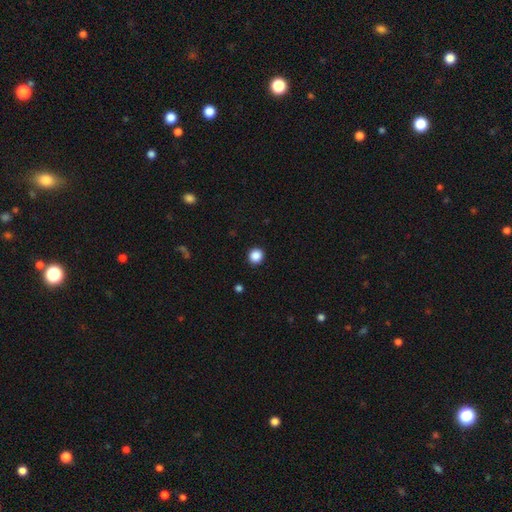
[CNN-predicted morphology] This is clearly a smooth galaxy (88%). How rounded: clearly round (93%). Merging: clearly none (92%).